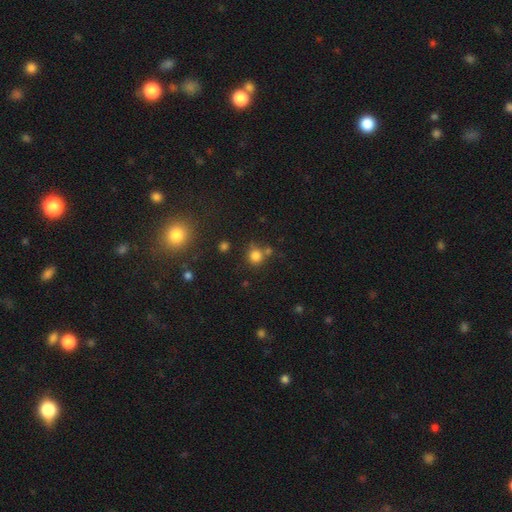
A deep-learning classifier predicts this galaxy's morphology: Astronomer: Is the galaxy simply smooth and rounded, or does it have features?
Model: smooth — 79%.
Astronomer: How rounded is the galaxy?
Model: round — 89%.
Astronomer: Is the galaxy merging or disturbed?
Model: none — 66%.